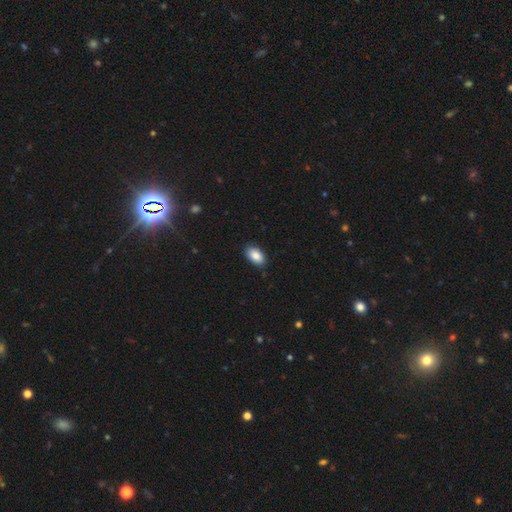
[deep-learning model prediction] Smooth or featured? Predicted: smooth (p=0.87). How rounded? Predicted: in between (p=0.94). Merging? Predicted: none (p=0.87).